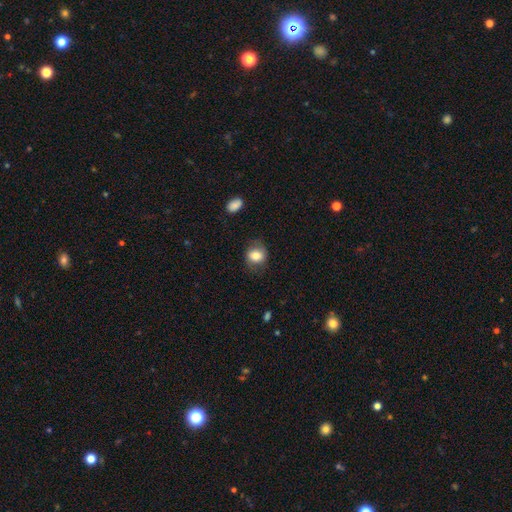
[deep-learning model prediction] smooth-or-featured: smooth: 74% | featured or disk: 18% | star or artifact: 8%
  how-rounded: round: 55% | in between: 44% | cigar-shaped: 1%
  merging: none: 72% | minor disturbance: 19% | major disturbance: 8% | merger: 1%